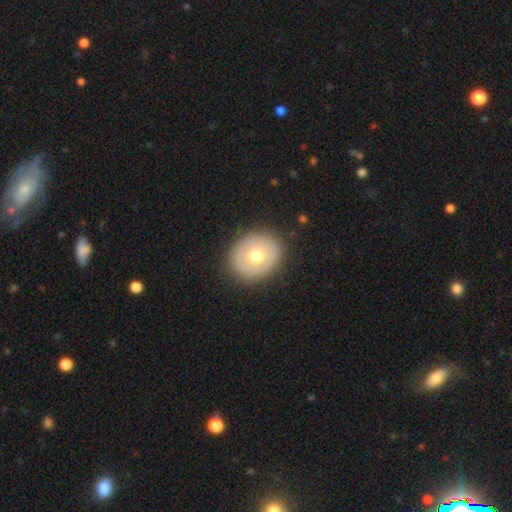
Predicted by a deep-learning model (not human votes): A smooth galaxy with no disk features (58%) that is round (68%).

Vote fractions:
- Smooth or featured? smooth: 58% / featured or disk: 35% / star or artifact: 7%
- How rounded? round: 68% / in between: 31% / cigar-shaped: 1%
- Merging? none: 86% / minor disturbance: 9% / major disturbance: 3% / merger: 1%